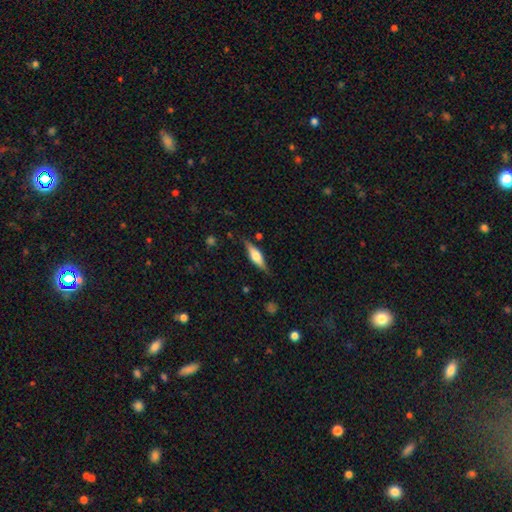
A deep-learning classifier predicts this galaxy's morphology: A featured or disk galaxy (61%) viewed edge-on (96%) with a rounded central bulge (83%). Merging: none (83%).